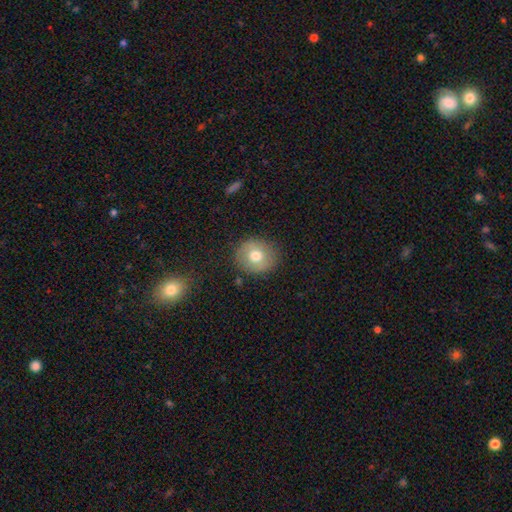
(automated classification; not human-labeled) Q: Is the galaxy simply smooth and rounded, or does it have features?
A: smooth — 70%.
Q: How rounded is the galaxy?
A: round — 77%.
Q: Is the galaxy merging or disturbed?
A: none — 86%.